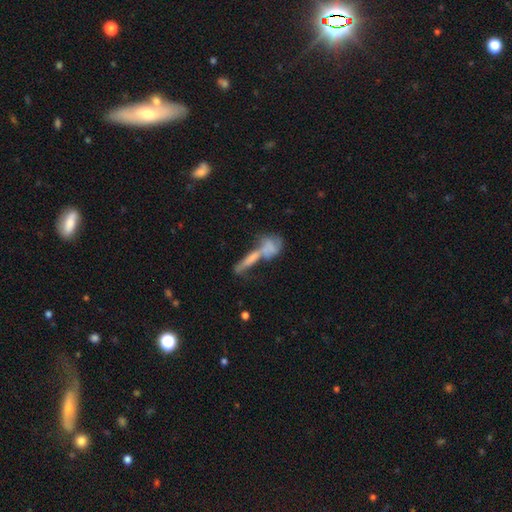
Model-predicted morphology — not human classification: smooth 42%, featured or disk 40%, star or artifact 18%. Down the decision tree: merging — merger (59%).